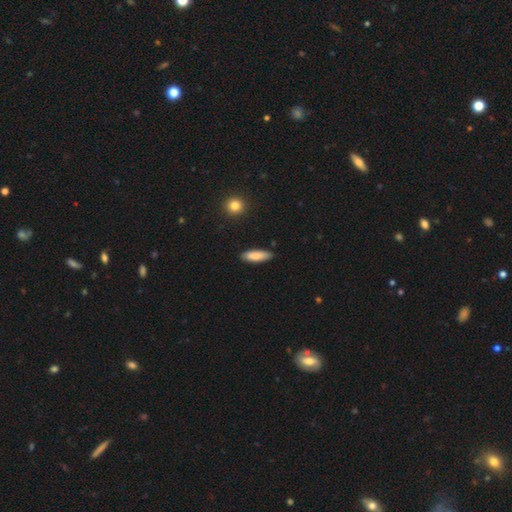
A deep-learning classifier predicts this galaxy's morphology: type=smooth (85%); roundness=cigar-shaped (54%); merging=none (88%).